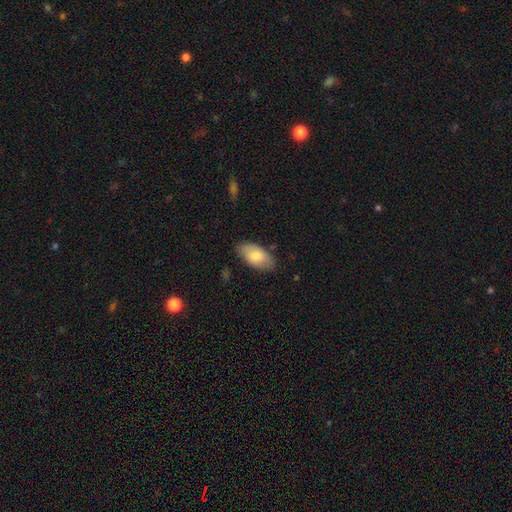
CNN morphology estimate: Smooth or featured? smooth (80%)
How rounded? in between (94%)
Merging? none (81%)